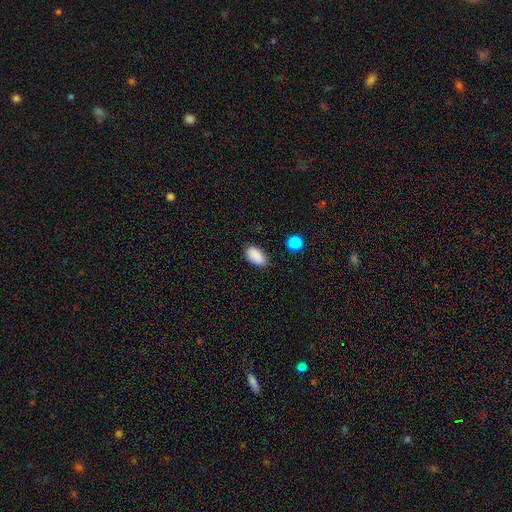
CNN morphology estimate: Overall: smooth (89%). How rounded: in between (93%). Merging: none (83%).